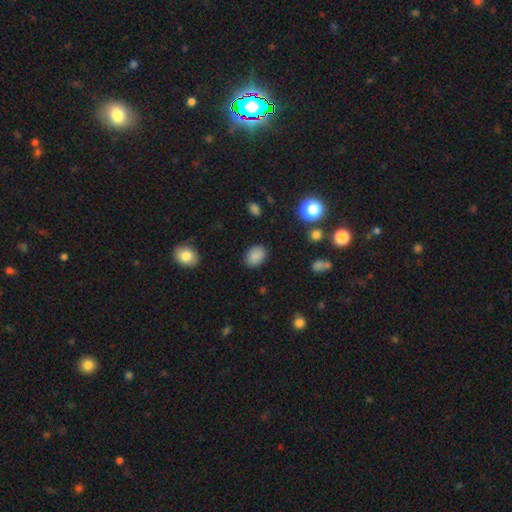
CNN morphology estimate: type=smooth (85%); roundness=in between (73%); merging=none (86%).